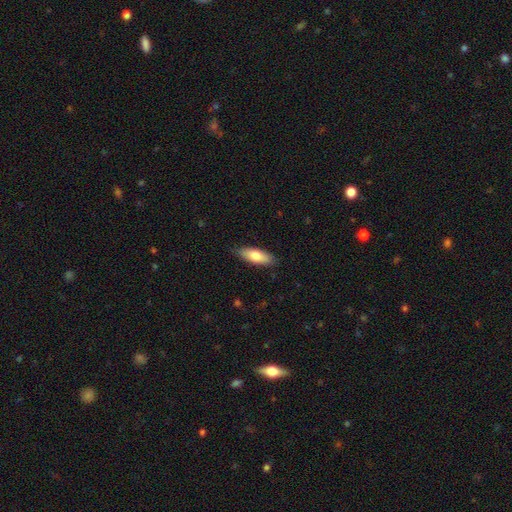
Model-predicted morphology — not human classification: Q: Smooth or featured?
A: smooth (76%); runner-up: featured or disk (18%)
Q: How rounded?
A: in between (64%); runner-up: cigar-shaped (34%)
Q: Merging?
A: none (86%); runner-up: minor disturbance (11%)